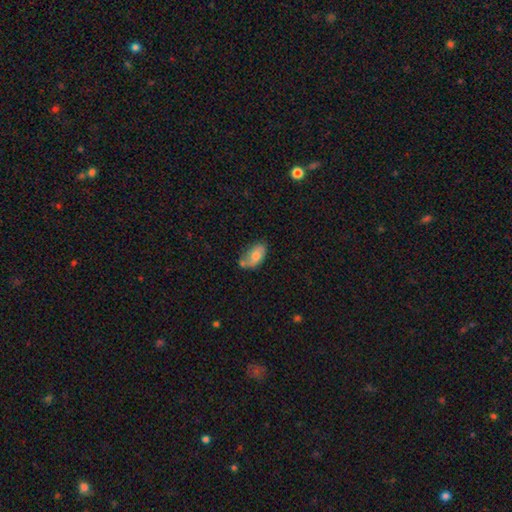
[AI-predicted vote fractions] Q: Smooth or featured?
A: smooth (66%); runner-up: featured or disk (27%)
Q: How rounded?
A: in between (92%); runner-up: round (5%)
Q: Merging?
A: none (48%); runner-up: minor disturbance (29%)